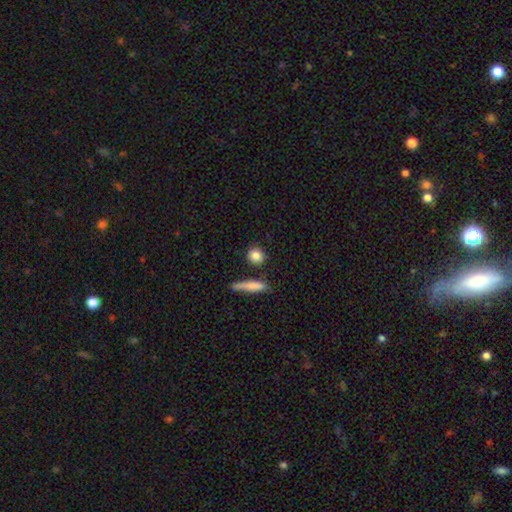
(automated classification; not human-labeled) A smooth galaxy with no disk features (85%) that is round (79%).

Vote fractions:
- Smooth or featured? smooth: 85% / star or artifact: 8% / featured or disk: 7%
- How rounded? round: 79% / in between: 14% / cigar-shaped: 7%
- Merging? none: 83% / minor disturbance: 9% / merger: 5% / major disturbance: 3%